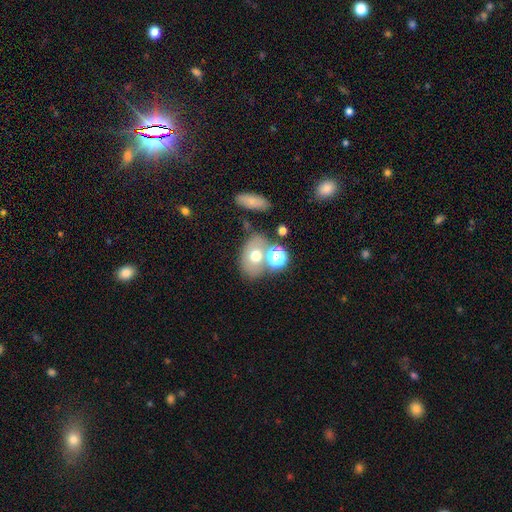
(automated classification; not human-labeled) smooth 63%, featured or disk 25%, star or artifact 13%. Down the decision tree: how rounded — in between (72%); merging — none (56%).